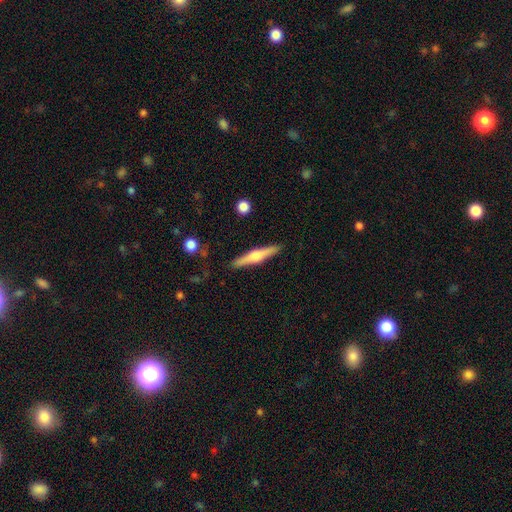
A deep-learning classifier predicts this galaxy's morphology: Q: Smooth or featured?
A: featured or disk (62%); runner-up: smooth (33%)
Q: Edge-on disk?
A: yes (97%); runner-up: no (3%)
Q: Edge-on bulge?
A: rounded (88%); runner-up: boxy (8%)
Q: Merging?
A: none (89%); runner-up: minor disturbance (8%)